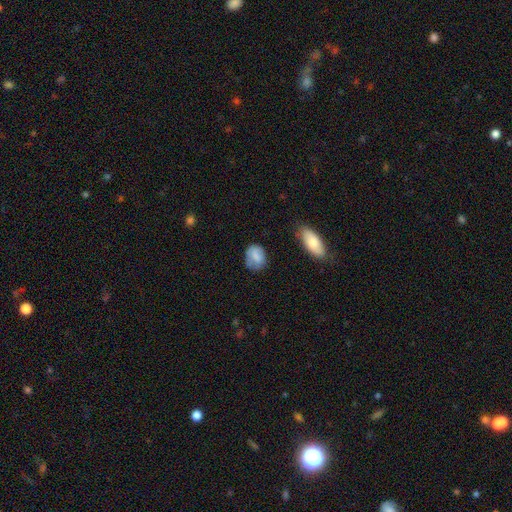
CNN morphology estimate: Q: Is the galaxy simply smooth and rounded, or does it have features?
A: smooth — 78%.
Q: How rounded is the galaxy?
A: in between — 62%.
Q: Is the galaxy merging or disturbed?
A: none — 61%.